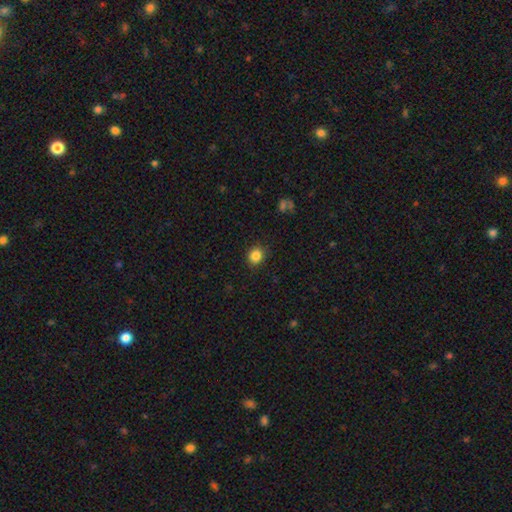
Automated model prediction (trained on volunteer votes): Smooth or featured: smooth — 85% (star or artifact — 11%)
How rounded: round — 72% (in between — 27%)
Merging: none — 88% (minor disturbance — 9%)